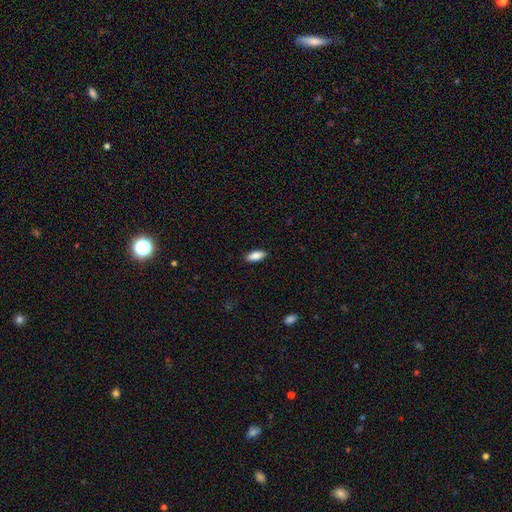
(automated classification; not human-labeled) Smooth or featured: smooth — 87% (featured or disk — 7%)
How rounded: in between — 82% (cigar-shaped — 16%)
Merging: none — 89% (minor disturbance — 8%)